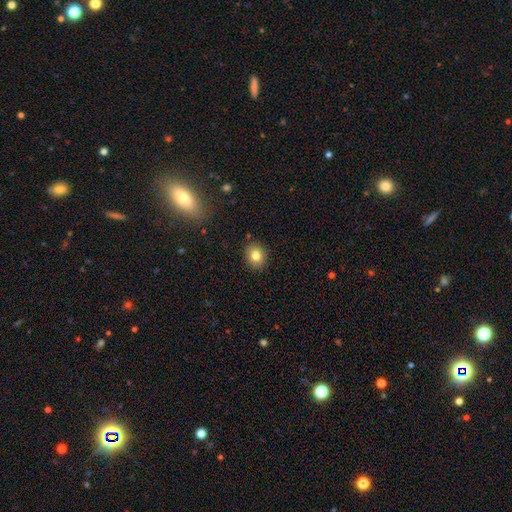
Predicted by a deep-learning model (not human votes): This appears to be a smooth galaxy with no disk features (80%) that is round (67%). Merging: none (89%).